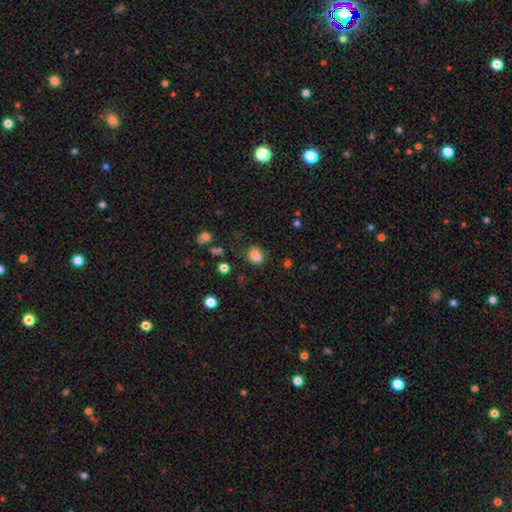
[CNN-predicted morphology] smooth_or_featured: smooth (p=0.79) [alt: star or artifact p=0.14]
how_rounded: round (p=0.51) [alt: in between p=0.48]
merging: none (p=0.54) [alt: minor disturbance p=0.22]